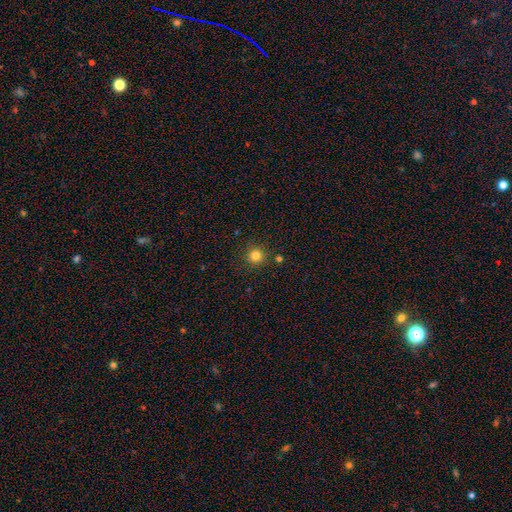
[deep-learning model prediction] Smooth or featured: smooth — 81% (star or artifact — 14%)
How rounded: round — 95% (in between — 4%)
Merging: none — 88% (minor disturbance — 7%)